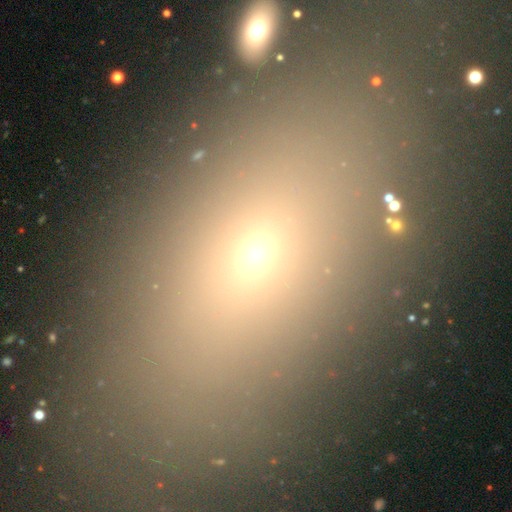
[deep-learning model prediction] Overall: smooth (58%; star or artifact 22%). How rounded: in between (80%). Merging: none (76%).